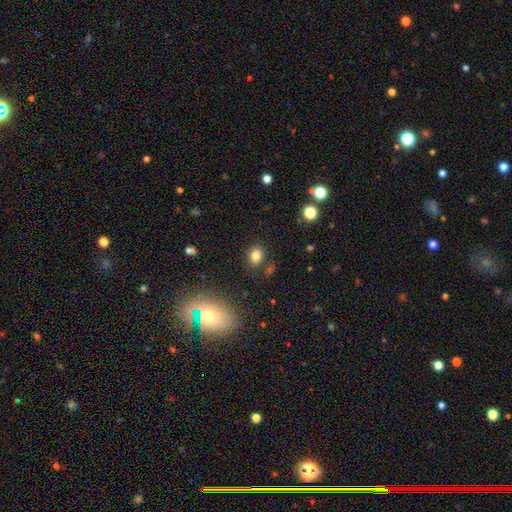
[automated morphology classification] A smooth galaxy with no disk features (80%) that is in between round and cigar-shaped (54%).

Vote fractions:
- Smooth or featured? smooth: 80% / star or artifact: 12% / featured or disk: 7%
- How rounded? in between: 54% / round: 45% / cigar-shaped: 1%
- Merging? none: 83% / minor disturbance: 10% / merger: 4% / major disturbance: 3%